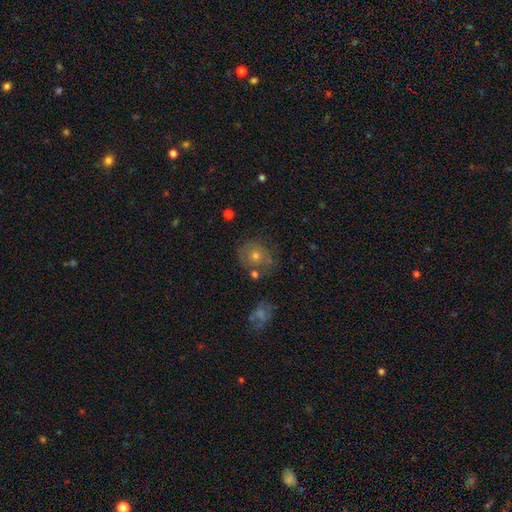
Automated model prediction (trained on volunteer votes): This appears to be a featured or disk galaxy (41%). Merging: none (70%).